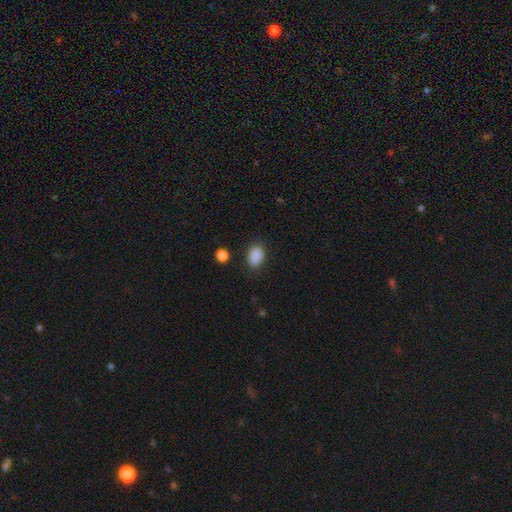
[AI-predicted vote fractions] Smooth or featured? smooth (87%)
How rounded? in between (80%)
Merging? none (79%)